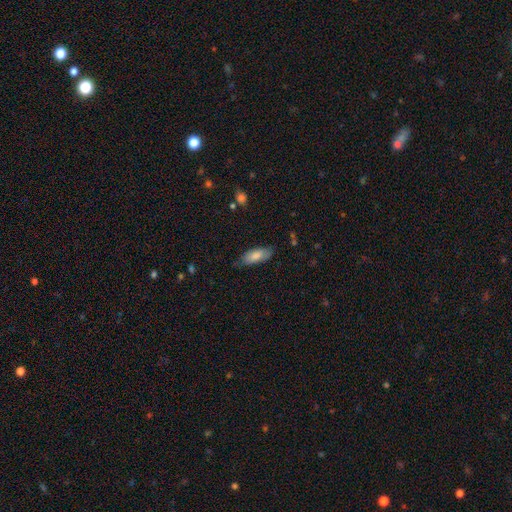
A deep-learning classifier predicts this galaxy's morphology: A smooth galaxy with no disk features (79%) that is in between round and cigar-shaped (75%). Merging: none (73%).